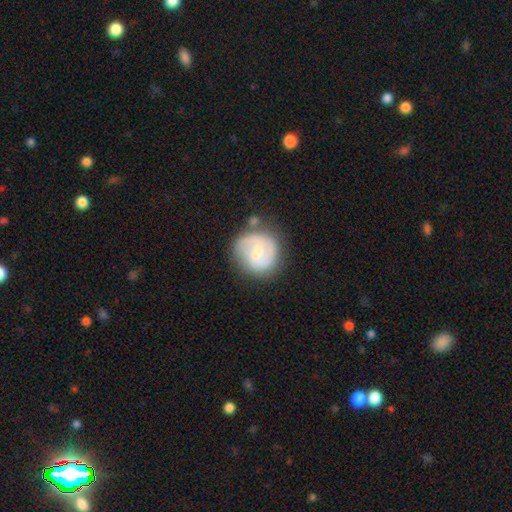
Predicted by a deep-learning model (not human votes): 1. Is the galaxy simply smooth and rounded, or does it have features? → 58% featured or disk, 36% smooth, 6% star or artifact.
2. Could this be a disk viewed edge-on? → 98% no, 2% yes.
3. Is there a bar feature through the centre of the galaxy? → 50% weak, 36% no, 14% strong.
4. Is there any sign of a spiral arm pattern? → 71% yes, 29% no.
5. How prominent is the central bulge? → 54% small, 37% moderate, 6% none, 3% large, 1% dominant.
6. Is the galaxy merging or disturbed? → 59% none, 21% minor disturbance, 11% major disturbance, 9% merger.